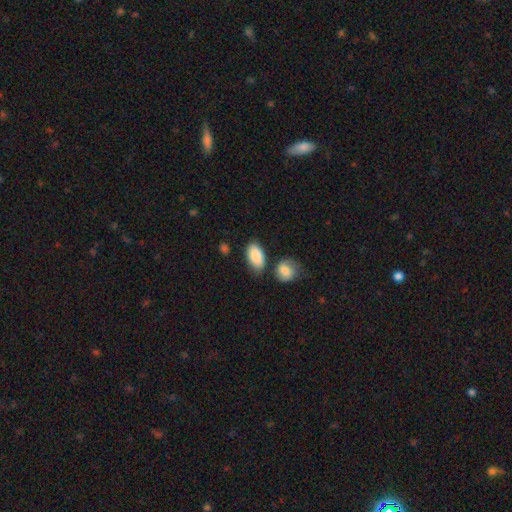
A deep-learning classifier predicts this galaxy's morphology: Smooth or featured? Predicted: smooth (p=0.88). How rounded? Predicted: in between (p=0.93). Merging? Predicted: none (p=0.65).